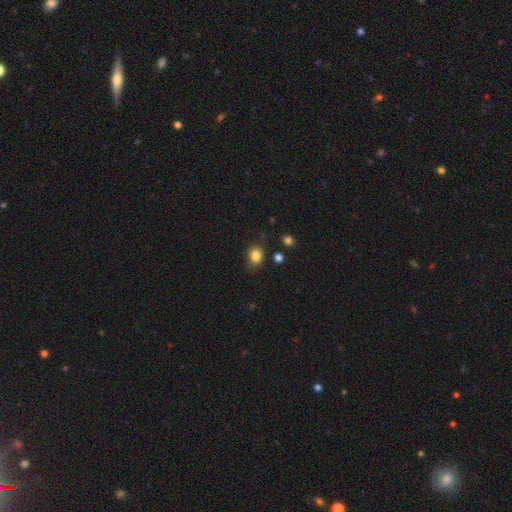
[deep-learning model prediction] Smooth or featured?
  - smooth: 84% *
  - star or artifact: 11%
  - featured or disk: 6%
How rounded?
  - round: 56% *
  - in between: 43%
  - cigar-shaped: 1%
Merging?
  - none: 78% *
  - minor disturbance: 15%
  - major disturbance: 4%
  - merger: 3%